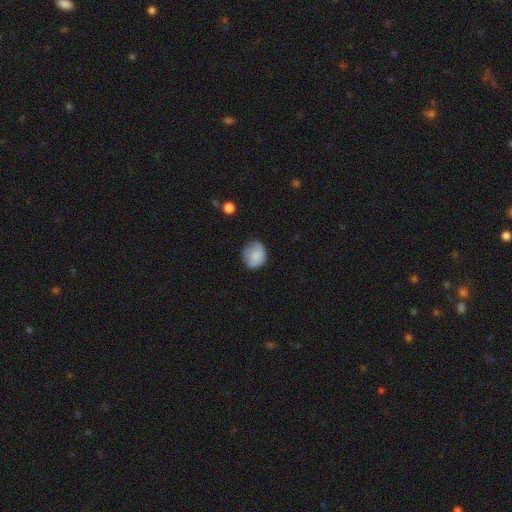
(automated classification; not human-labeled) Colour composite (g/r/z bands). It shows a smooth galaxy with no disk features (83%) that is round (69%). Merging: none (68%).